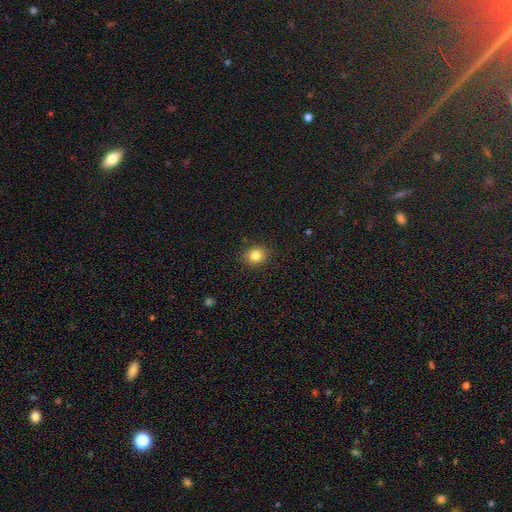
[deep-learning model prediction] smooth-or-featured: smooth: 83% | star or artifact: 11% | featured or disk: 6%
  how-rounded: round: 71% | in between: 28% | cigar-shaped: 1%
  merging: none: 88% | minor disturbance: 8% | major disturbance: 2% | merger: 1%